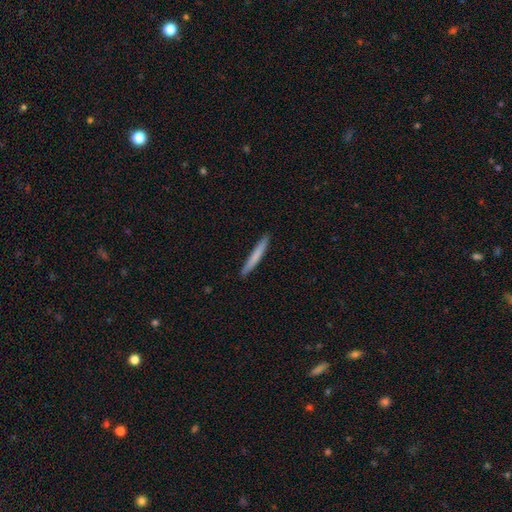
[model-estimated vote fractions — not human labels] The model was most divided on "smooth or featured": smooth: 73%, featured or disk: 21%, star or artifact: 5%. More confident: how rounded — cigar-shaped (97%); merging — none (91%).